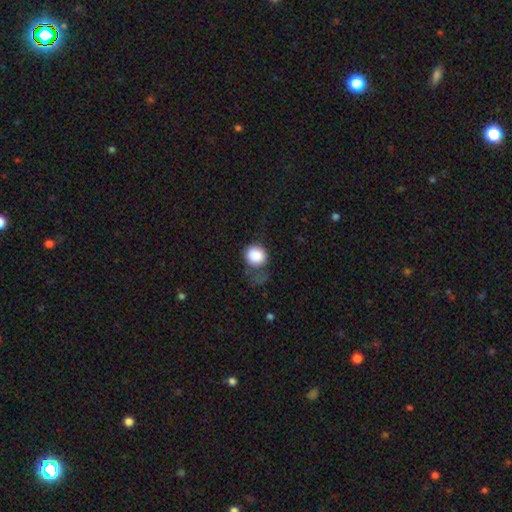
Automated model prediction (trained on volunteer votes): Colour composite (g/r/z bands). It shows a smooth galaxy with no disk features (86%) that is round (81%). Merging: none (45%).